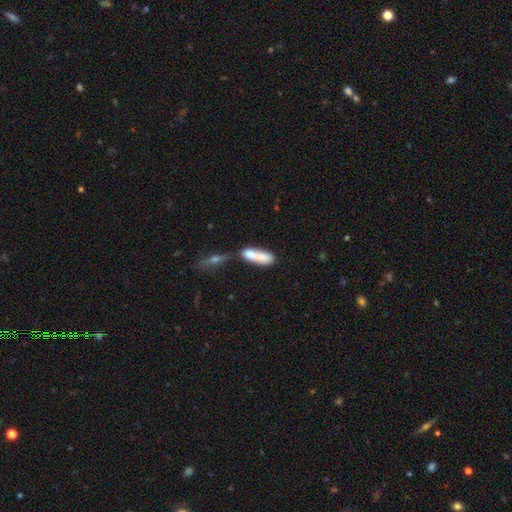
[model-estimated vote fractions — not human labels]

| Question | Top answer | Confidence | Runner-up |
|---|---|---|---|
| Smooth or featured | smooth | 74% | featured or disk (19%) |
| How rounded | cigar-shaped | 49% | in between (48%) |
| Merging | merger | 46% | none (31%) |